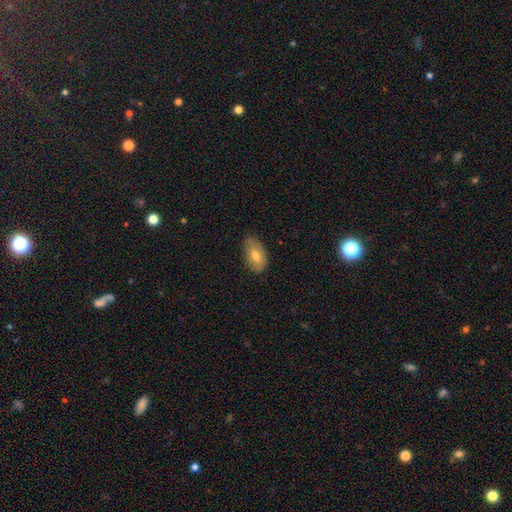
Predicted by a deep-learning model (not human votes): A smooth galaxy with no disk features (67%) that is in between round and cigar-shaped (92%). Merging: none (71%).